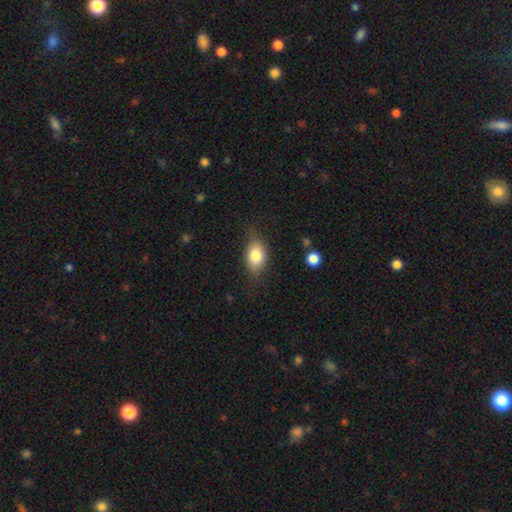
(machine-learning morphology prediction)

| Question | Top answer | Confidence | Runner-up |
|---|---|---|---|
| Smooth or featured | smooth | 77% | featured or disk (16%) |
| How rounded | in between | 84% | round (12%) |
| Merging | none | 71% | minor disturbance (21%) |